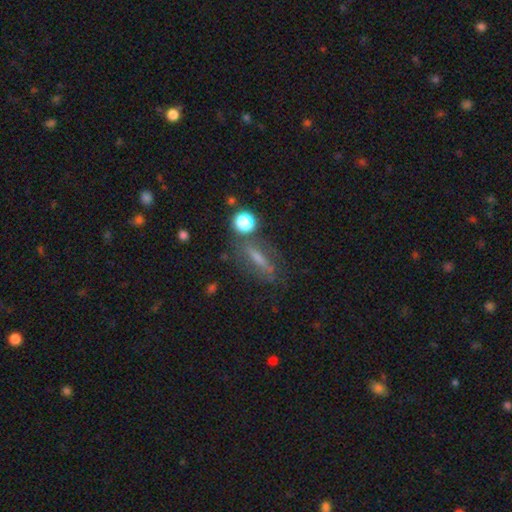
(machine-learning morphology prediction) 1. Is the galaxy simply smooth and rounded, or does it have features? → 46% smooth, 36% featured or disk, 19% star or artifact.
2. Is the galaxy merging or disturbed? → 65% none, 18% minor disturbance, 11% major disturbance, 7% merger.